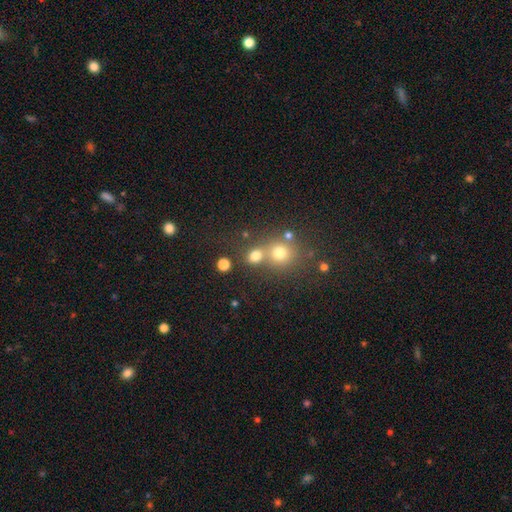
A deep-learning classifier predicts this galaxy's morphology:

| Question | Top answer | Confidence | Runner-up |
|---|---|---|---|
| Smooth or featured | smooth | 74% | star or artifact (17%) |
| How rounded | round | 76% | in between (22%) |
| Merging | none | 54% | merger (34%) |